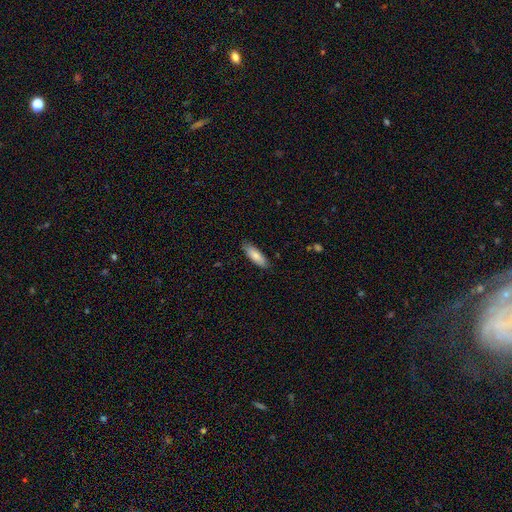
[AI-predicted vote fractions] This appears to be a smooth galaxy with no disk features (81%) that is in between round and cigar-shaped (60%). Merging: none (84%).